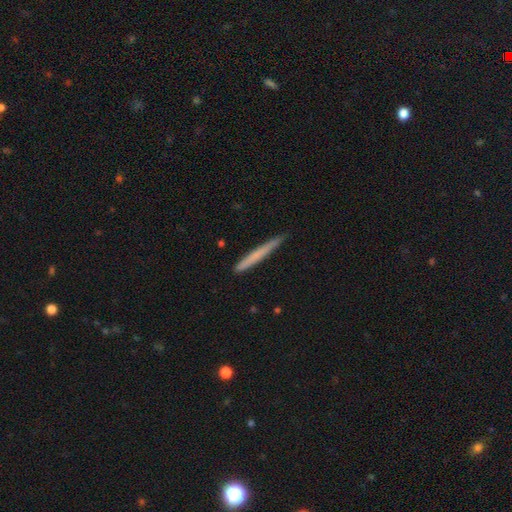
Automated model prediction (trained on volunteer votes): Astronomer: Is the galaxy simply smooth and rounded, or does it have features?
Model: smooth — 64%.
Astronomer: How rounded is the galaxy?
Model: cigar-shaped — 97%.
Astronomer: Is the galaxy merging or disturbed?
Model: none — 87%.